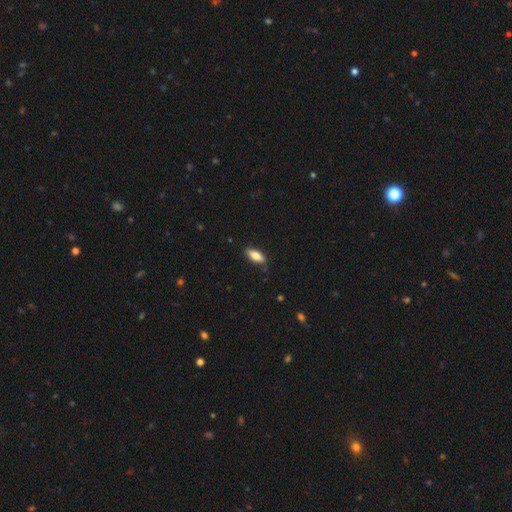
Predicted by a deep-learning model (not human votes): smooth-or-featured: smooth: 78% | featured or disk: 15% | star or artifact: 7%
  how-rounded: in between: 79% | cigar-shaped: 19% | round: 2%
  merging: none: 84% | minor disturbance: 13% | major disturbance: 2% | merger: 1%